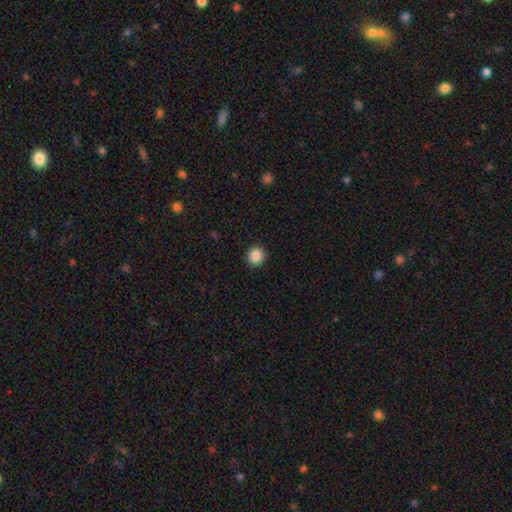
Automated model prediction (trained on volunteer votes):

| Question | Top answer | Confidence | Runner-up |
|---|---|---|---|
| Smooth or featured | smooth | 87% | star or artifact (9%) |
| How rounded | round | 89% | in between (10%) |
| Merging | none | 92% | minor disturbance (5%) |